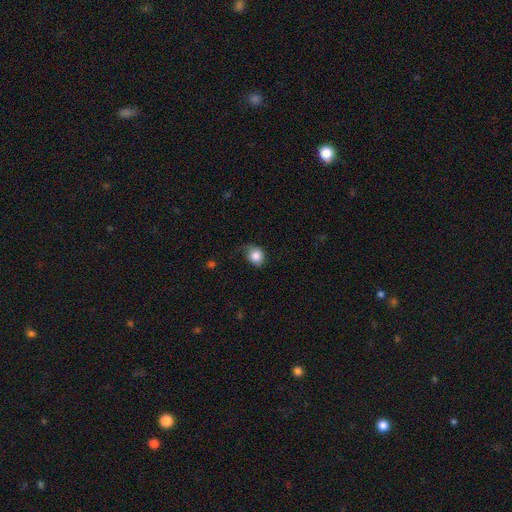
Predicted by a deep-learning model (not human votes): Smooth or featured? Predicted: smooth (p=0.84). How rounded? Predicted: round (p=0.74). Merging? Predicted: none (p=0.56).